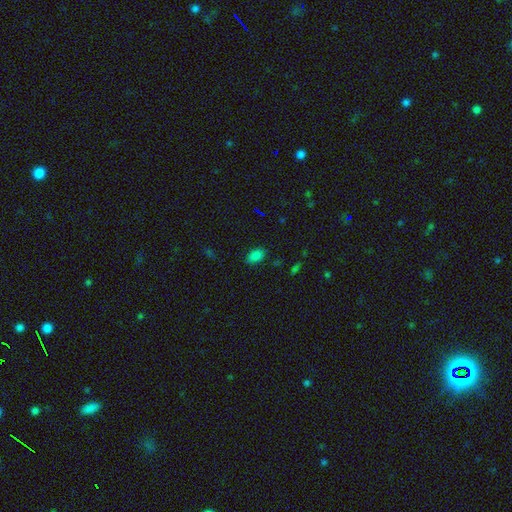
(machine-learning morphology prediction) Smooth or featured?
  - smooth: 81% *
  - star or artifact: 15%
  - featured or disk: 4%
How rounded?
  - in between: 92% *
  - round: 6%
  - cigar-shaped: 2%
Merging?
  - none: 84% *
  - minor disturbance: 12%
  - major disturbance: 3%
  - merger: 1%